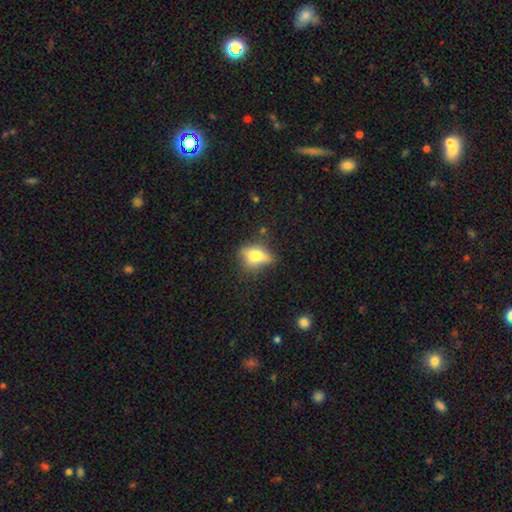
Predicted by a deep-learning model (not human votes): Morphology: type=smooth (62%); roundness=in between (71%); merging=none (54%).